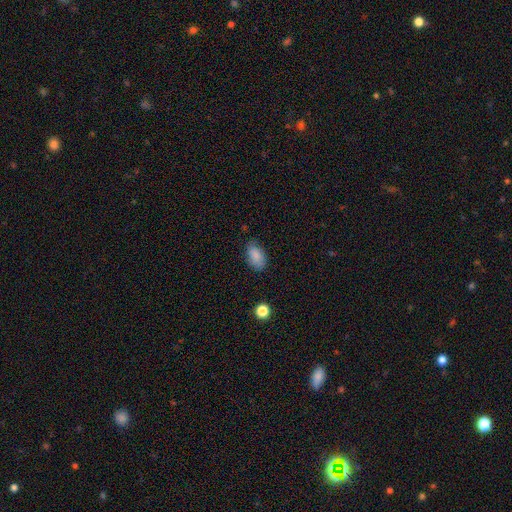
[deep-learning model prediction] A smooth galaxy with no disk features (86%) that is in between round and cigar-shaped (91%).

Vote fractions:
- Smooth or featured? smooth: 86% / star or artifact: 8% / featured or disk: 6%
- How rounded? in between: 91% / round: 7% / cigar-shaped: 2%
- Merging? none: 75% / minor disturbance: 19% / major disturbance: 4% / merger: 1%